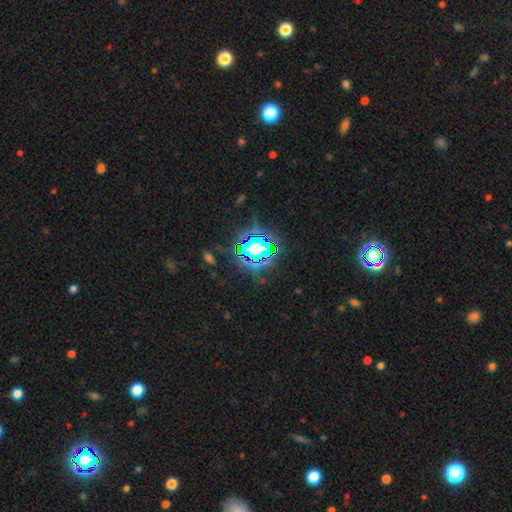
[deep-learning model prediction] This appears to be a star or artifact, not a galaxy (77%).